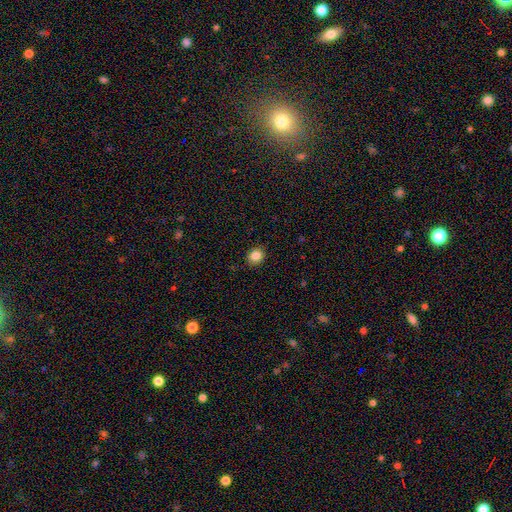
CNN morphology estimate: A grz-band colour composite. It shows a smooth galaxy with no disk features (85%) that is round (69%). Merging: none (90%).